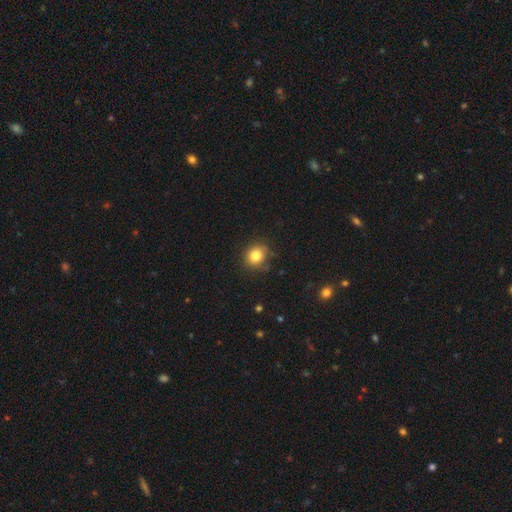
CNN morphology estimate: type=smooth (81%); roundness=round (80%); merging=none (80%).